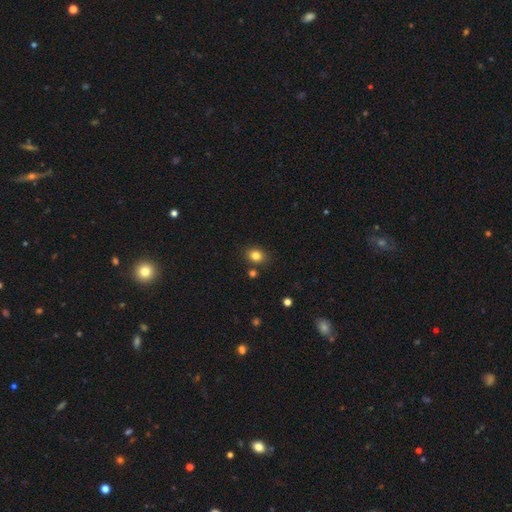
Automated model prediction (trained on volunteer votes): Smooth or featured? Predicted: smooth (p=0.82). How rounded? Predicted: round (p=0.55). Merging? Predicted: none (p=0.81).